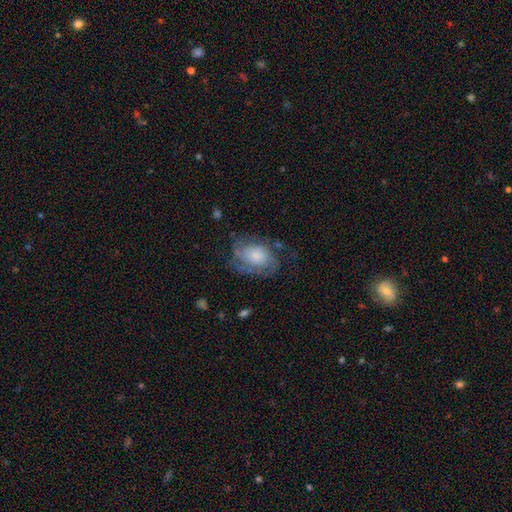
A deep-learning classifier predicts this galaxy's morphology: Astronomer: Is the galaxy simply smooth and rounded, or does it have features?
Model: featured or disk — 52% (runner-up: smooth, 40%).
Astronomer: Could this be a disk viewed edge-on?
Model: no — 97%.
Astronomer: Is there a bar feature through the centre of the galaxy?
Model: no — 81%.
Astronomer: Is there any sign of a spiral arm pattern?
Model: yes — 77%.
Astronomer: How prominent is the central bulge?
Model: small — 33% (runner-up: moderate, 32%).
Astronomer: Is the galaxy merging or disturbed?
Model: none — 53%.